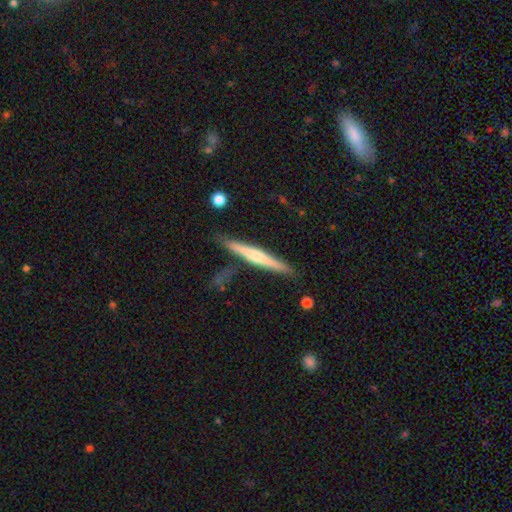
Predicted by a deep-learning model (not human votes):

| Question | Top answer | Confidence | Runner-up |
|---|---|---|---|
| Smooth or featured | featured or disk | 66% | smooth (28%) |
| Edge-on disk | yes | 97% | no (3%) |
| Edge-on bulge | rounded | 63% | none (26%) |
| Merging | none | 84% | minor disturbance (11%) |